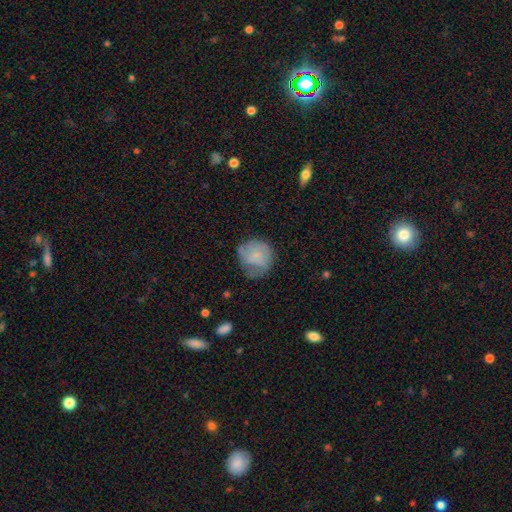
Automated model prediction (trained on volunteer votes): smooth-or-featured: smooth: 61% | featured or disk: 30% | star or artifact: 8%
  how-rounded: round: 82% | in between: 17% | cigar-shaped: 1%
  merging: none: 47% | minor disturbance: 33% | major disturbance: 18% | merger: 3%